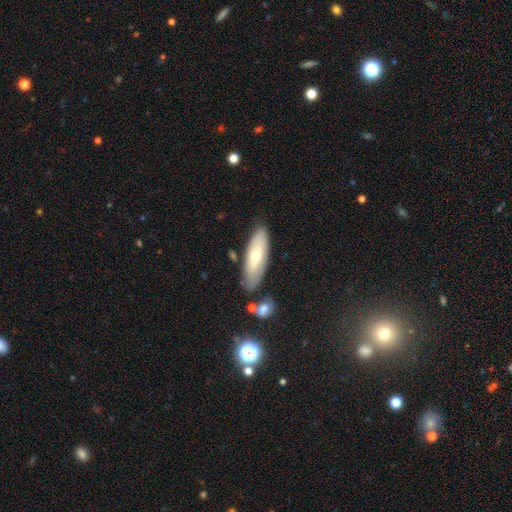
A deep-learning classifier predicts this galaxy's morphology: Smooth or featured?
  - smooth: 58% *
  - featured or disk: 35%
  - star or artifact: 7%
How rounded?
  - in between: 61% *
  - cigar-shaped: 37%
  - round: 2%
Merging?
  - none: 76% *
  - minor disturbance: 16%
  - merger: 5%
  - major disturbance: 3%